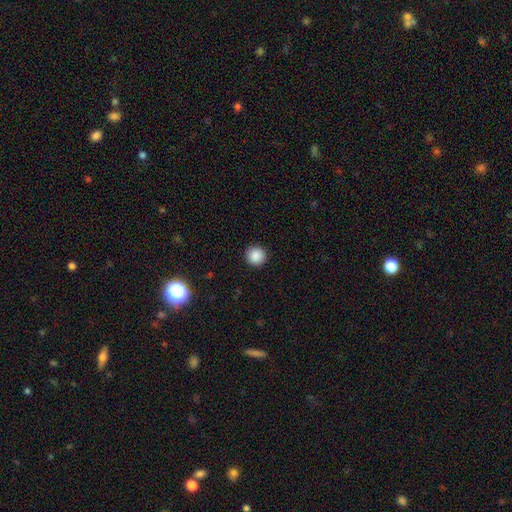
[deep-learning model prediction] This appears to be a smooth galaxy with no disk features (88%) that is round (95%). Merging: none (93%).